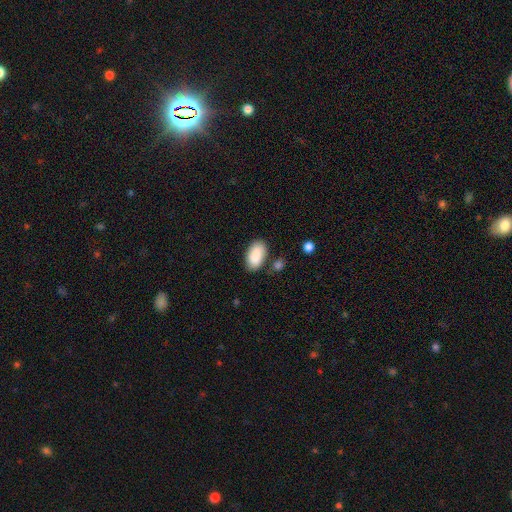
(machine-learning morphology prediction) A smooth galaxy with no disk features (90%) that is in between round and cigar-shaped (95%). Merging: none (77%).